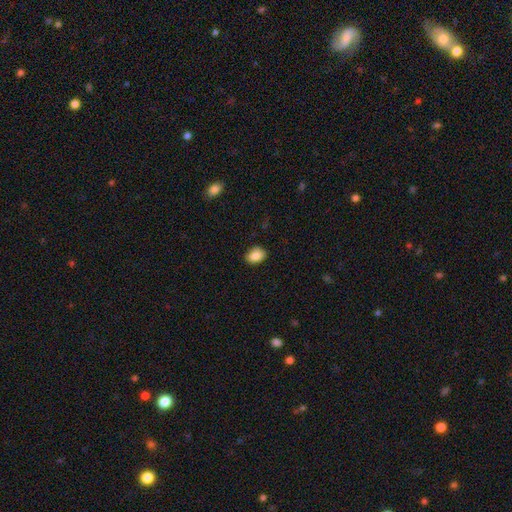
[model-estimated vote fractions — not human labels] smooth 88%, star or artifact 8%, featured or disk 4%. Down the decision tree: how rounded — in between (78%); merging — none (84%).